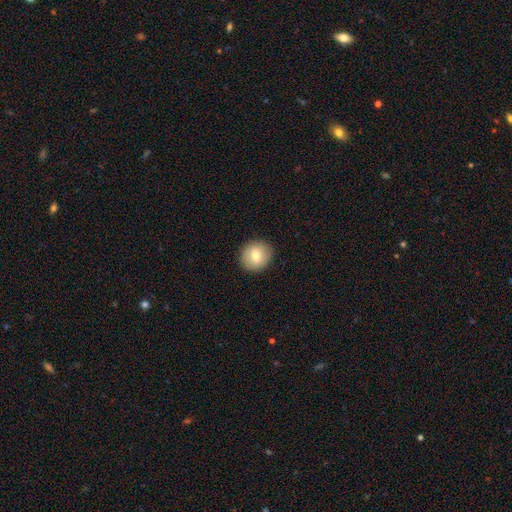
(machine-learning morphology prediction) Smooth or featured: smooth — 74% (featured or disk — 17%)
How rounded: round — 84% (in between — 15%)
Merging: none — 90% (minor disturbance — 7%)